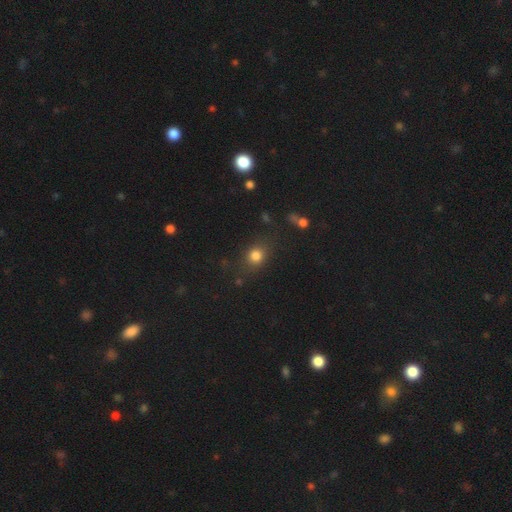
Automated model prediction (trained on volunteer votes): Overall: smooth (79%). How rounded: round (66%; in between 32%). Merging: none (78%).